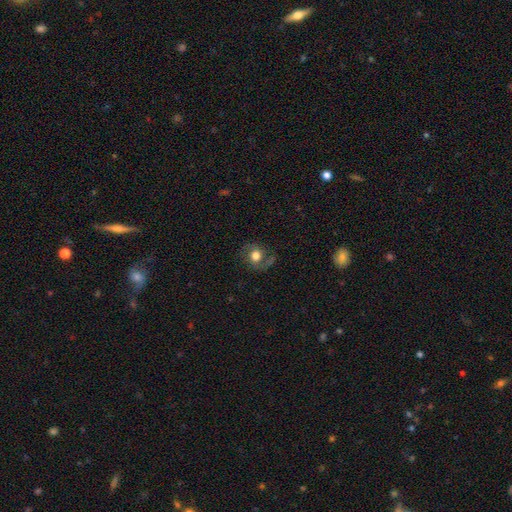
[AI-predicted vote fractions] Q: Smooth or featured?
A: smooth (50%); runner-up: featured or disk (40%)
Q: Merging?
A: none (68%); runner-up: minor disturbance (18%)